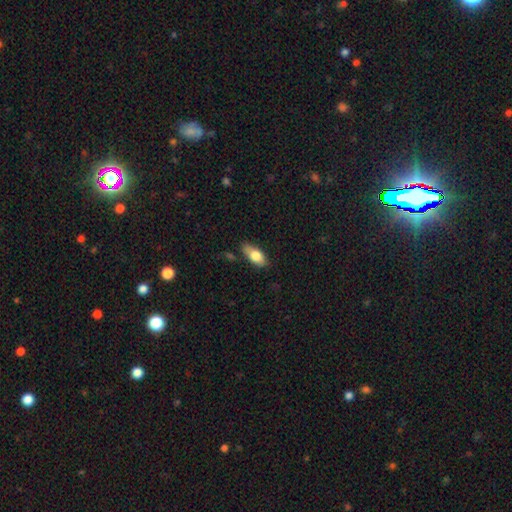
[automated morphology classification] smooth-or-featured: smooth: 75% | featured or disk: 18% | star or artifact: 7%
  how-rounded: in between: 83% | cigar-shaped: 13% | round: 4%
  merging: none: 70% | minor disturbance: 22% | major disturbance: 5% | merger: 3%